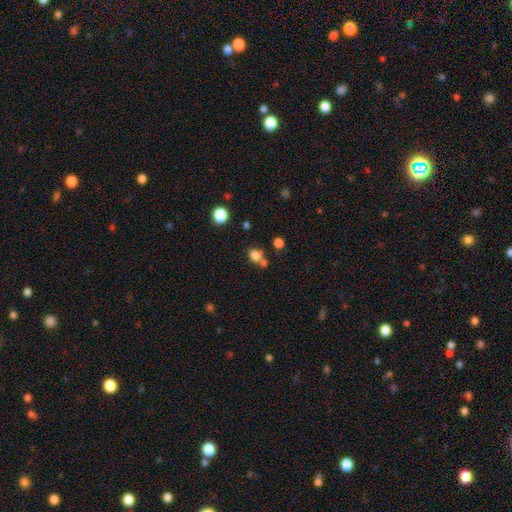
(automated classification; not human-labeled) smooth_or_featured: smooth (p=0.78) [alt: star or artifact p=0.14]
how_rounded: round (p=0.51) [alt: in between p=0.47]
merging: none (p=0.48) [alt: merger p=0.35]